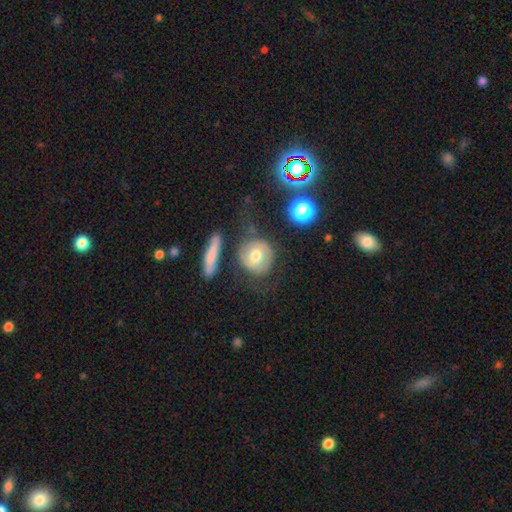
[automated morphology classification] smooth_or_featured: smooth (p=0.56) [alt: featured or disk p=0.36]
how_rounded: round (p=0.82) [alt: in between p=0.16]
merging: none (p=0.67) [alt: minor disturbance p=0.17]